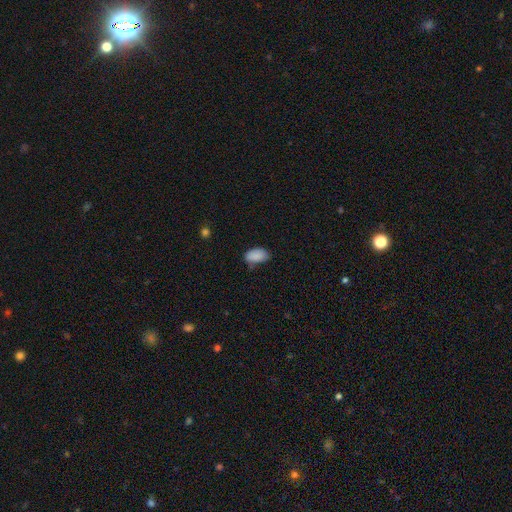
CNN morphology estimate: Overall: smooth (88%). How rounded: in between (93%). Merging: none (66%).